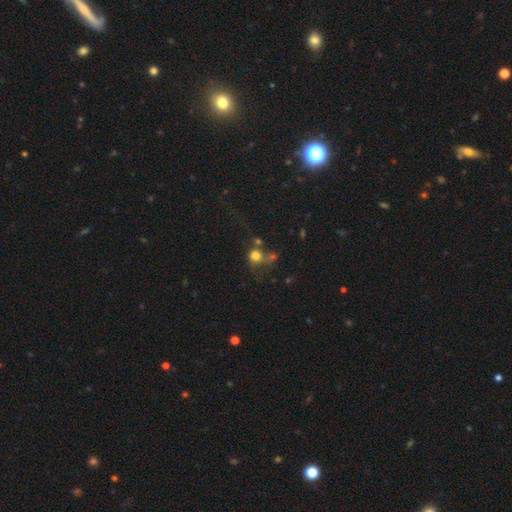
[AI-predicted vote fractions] smooth-or-featured: smooth: 73% | star or artifact: 14% | featured or disk: 12%
  how-rounded: round: 83% | in between: 16% | cigar-shaped: 1%
  merging: none: 40% | merger: 32% | major disturbance: 15% | minor disturbance: 14%